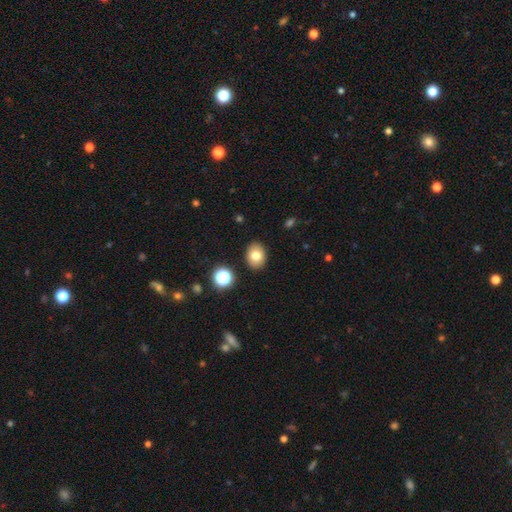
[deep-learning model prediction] smooth_or_featured: smooth (p=0.78) [alt: featured or disk p=0.12]
how_rounded: in between (p=0.57) [alt: round p=0.42]
merging: none (p=0.89) [alt: minor disturbance p=0.07]